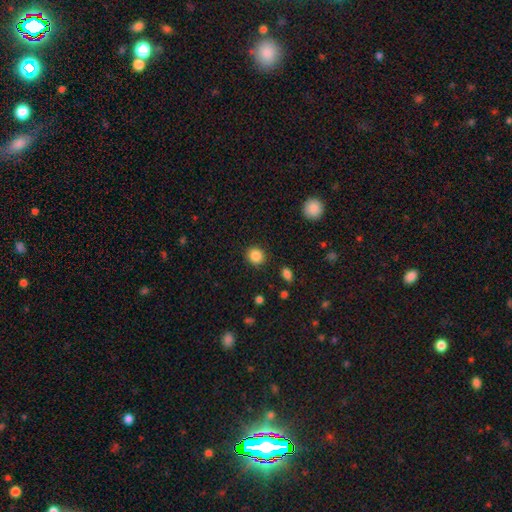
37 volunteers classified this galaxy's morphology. Q: Smooth or featured?
A: smooth (95%); runner-up: star or artifact (5%)
Q: How rounded?
A: round (86%); runner-up: in between (14%)
Q: Merging?
A: none (97%); runner-up: minor disturbance (3%)